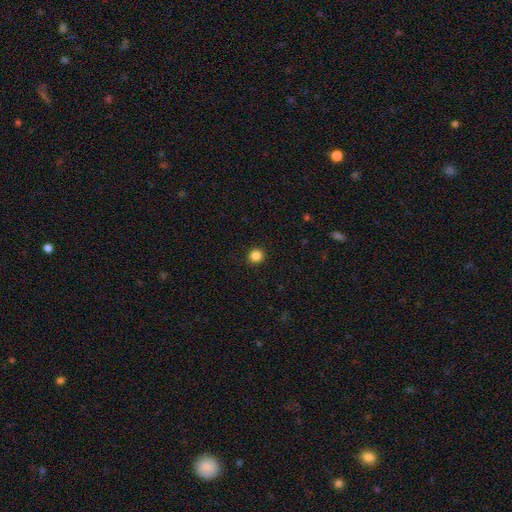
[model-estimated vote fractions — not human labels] Overall: smooth (85%). How rounded: round (93%). Merging: none (93%).